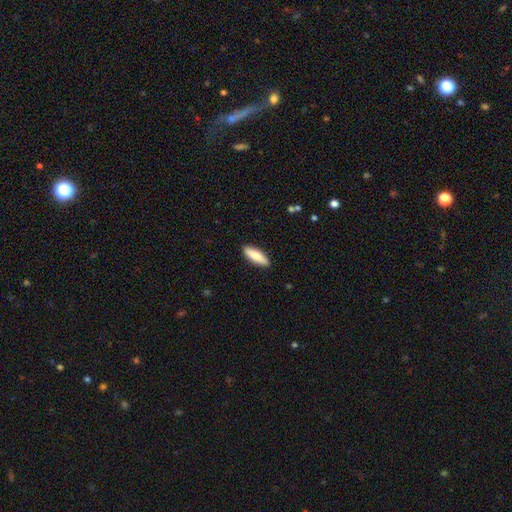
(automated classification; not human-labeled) The model was most divided on "how rounded" (2-way tie): in between: 49%, cigar-shaped: 49%, round: 2%. More confident: merging — none (89%); smooth or featured — smooth (78%).